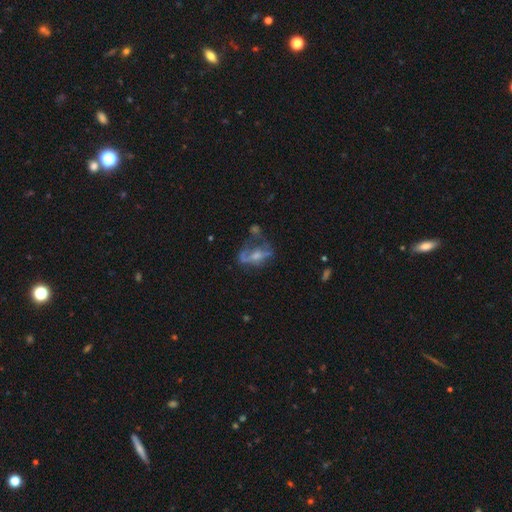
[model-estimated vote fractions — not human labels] Smooth or featured: featured or disk — 58% (smooth — 28%)
Edge-on disk: no — 91% (yes — 9%)
Bar: no — 66% (weak — 24%)
Spiral arms: no — 66% (yes — 34%)
Bulge size: moderate — 36% (small — 35%)
Merging: major disturbance — 37% (none — 31%)